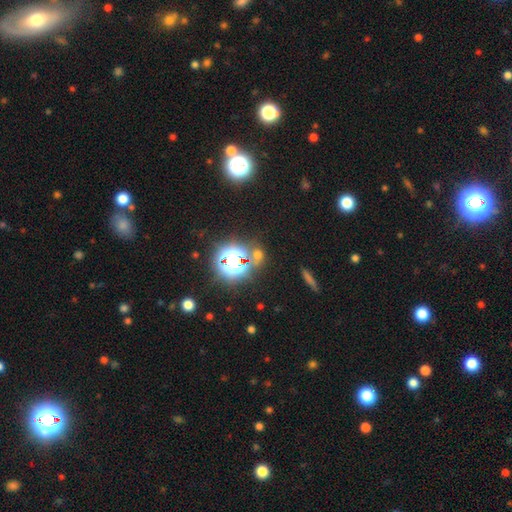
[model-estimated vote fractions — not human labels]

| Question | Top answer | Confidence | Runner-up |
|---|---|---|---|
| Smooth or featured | star or artifact | 64% | smooth (26%) |